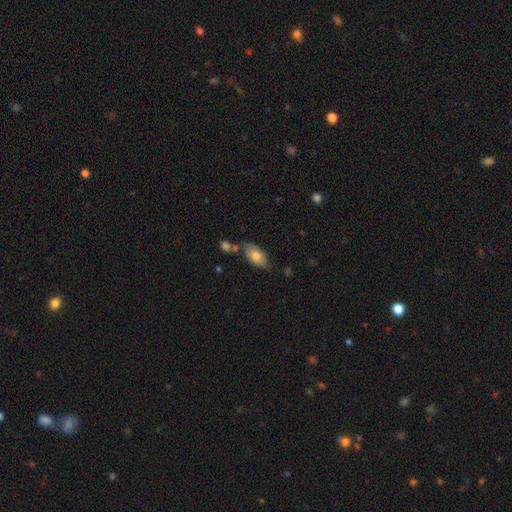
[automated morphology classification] Smooth or featured? smooth (74%)
How rounded? in between (91%)
Merging? none (60%)